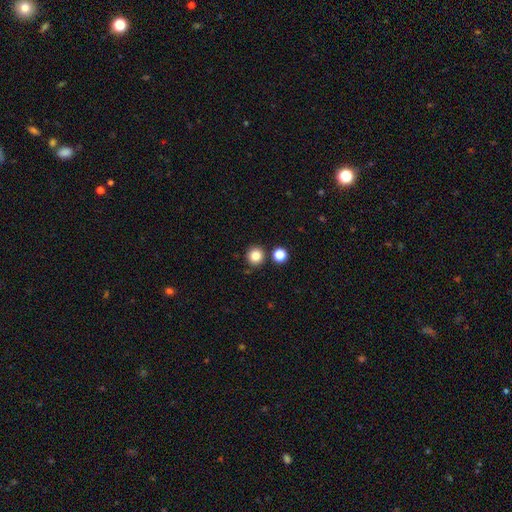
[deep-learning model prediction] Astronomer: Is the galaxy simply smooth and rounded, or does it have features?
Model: smooth — 84%.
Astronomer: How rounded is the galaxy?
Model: round — 92%.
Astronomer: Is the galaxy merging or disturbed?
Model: none — 85%.